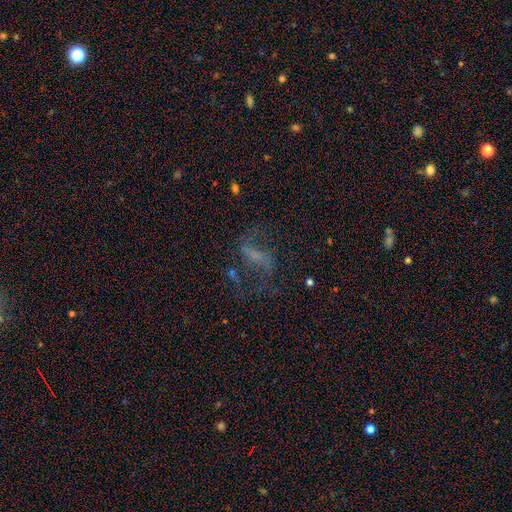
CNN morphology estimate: smooth-or-featured: featured or disk: 58% | smooth: 21% | star or artifact: 21%
  disk-edge-on: no: 94% | yes: 6%
    bar: weak: 40% | no: 30% | strong: 30%
    has-spiral-arms: yes: 71% | no: 29%
    bulge-size: none: 44% | small: 32% | moderate: 17% | large: 4% | dominant: 2%
  merging: none: 51% | major disturbance: 29% | minor disturbance: 17% | merger: 4%